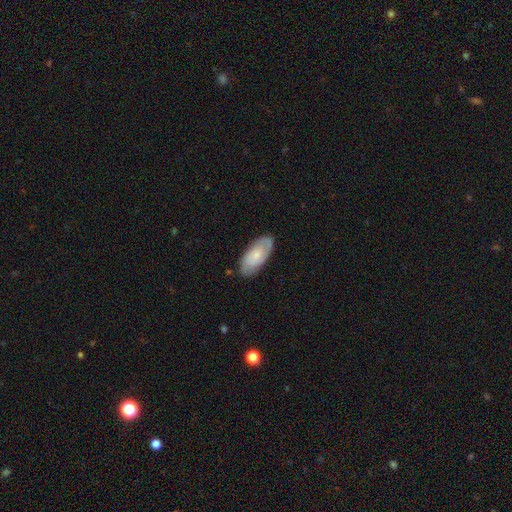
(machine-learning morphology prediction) Smooth or featured? Predicted: smooth (p=0.48). Merging? Predicted: none (p=0.80).